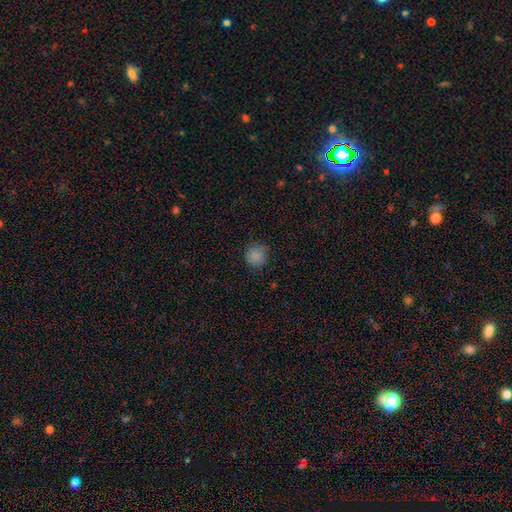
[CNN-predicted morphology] Smooth or featured? smooth (84%)
How rounded? round (91%)
Merging? none (75%)